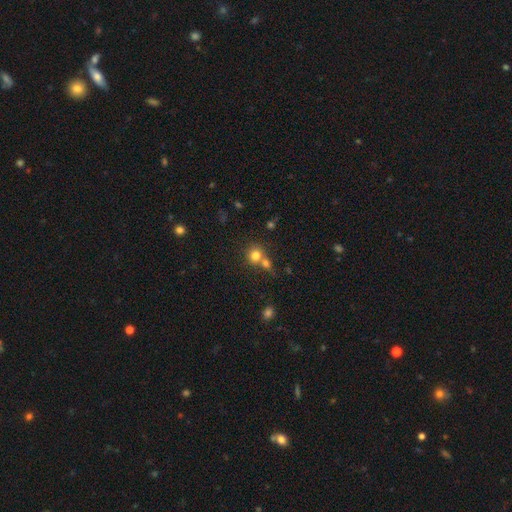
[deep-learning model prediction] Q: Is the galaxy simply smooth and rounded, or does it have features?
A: smooth — 77%.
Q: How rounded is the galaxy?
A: round — 81%.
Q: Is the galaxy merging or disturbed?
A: merger — 47%.